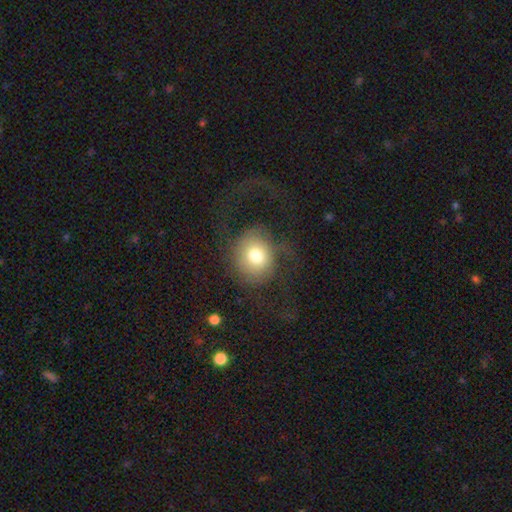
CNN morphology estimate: The model was most divided on "merging": none: 51%, major disturbance: 30%, minor disturbance: 17%, merger: 2%. More confident: how rounded — round (74%); smooth or featured — smooth (64%).